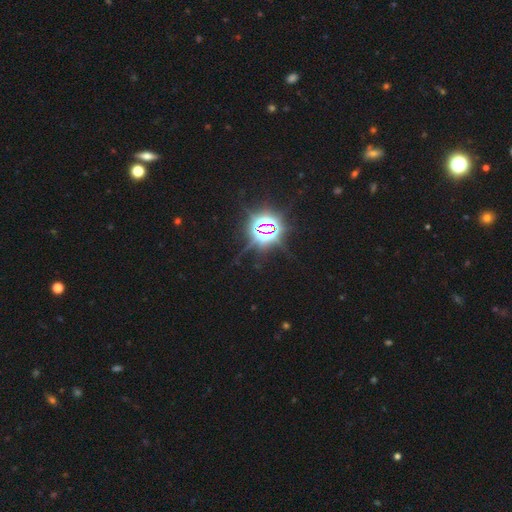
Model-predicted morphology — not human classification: smooth_or_featured: star or artifact (p=0.85) [alt: smooth p=0.09]